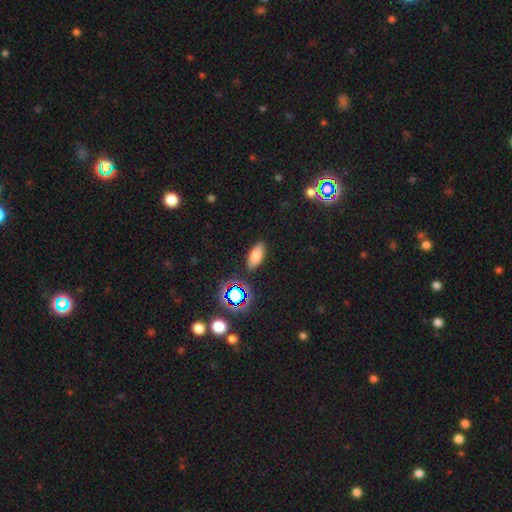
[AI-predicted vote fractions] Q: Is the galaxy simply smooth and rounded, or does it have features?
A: smooth — 74%.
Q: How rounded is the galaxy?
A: in between — 82%.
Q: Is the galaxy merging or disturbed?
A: none — 85%.